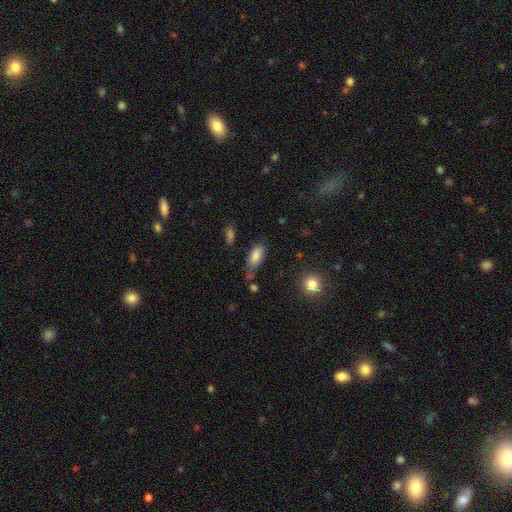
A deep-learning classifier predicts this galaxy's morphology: smooth_or_featured: smooth (p=0.82) [alt: featured or disk p=0.10]
how_rounded: in between (p=0.88) [alt: cigar-shaped p=0.09]
merging: none (p=0.60) [alt: minor disturbance p=0.24]